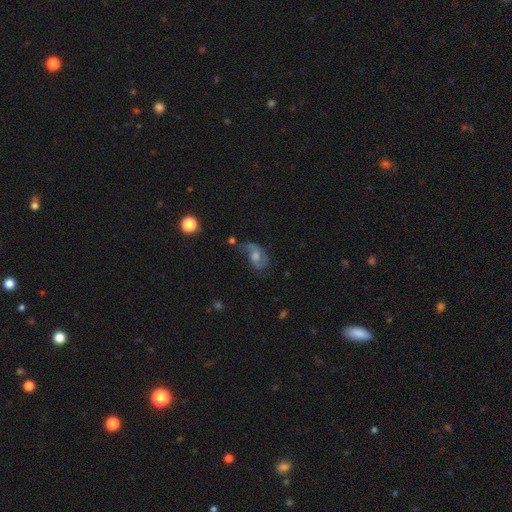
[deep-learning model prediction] Smooth or featured: featured or disk — 66% (smooth — 22%)
Edge-on disk: no — 96% (yes — 4%)
Bar: no — 56% (weak — 36%)
Spiral arms: yes — 86% (no — 14%)
Spiral winding: loose — 51% (medium — 37%)
Spiral arm count: 2 — 70% (1 — 19%)
Bulge size: moderate — 54% (small — 23%)
Merging: none — 43% (major disturbance — 26%)